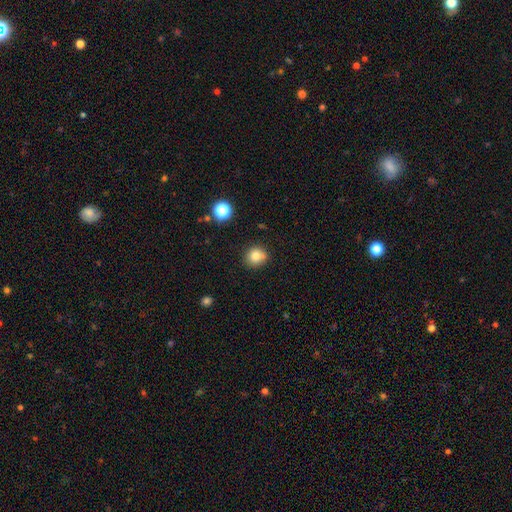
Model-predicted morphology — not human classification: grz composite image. It shows a smooth galaxy with no disk features (80%) that is round (88%). Merging: none (85%).